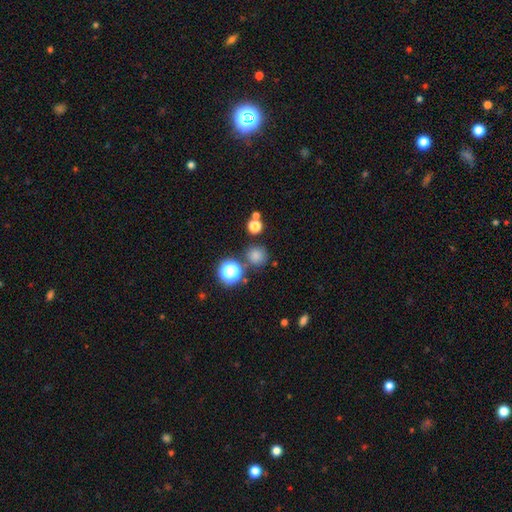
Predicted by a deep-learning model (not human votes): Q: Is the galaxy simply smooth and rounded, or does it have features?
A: smooth — 76%.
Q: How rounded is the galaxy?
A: round — 92%.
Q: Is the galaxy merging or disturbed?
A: none — 78%.